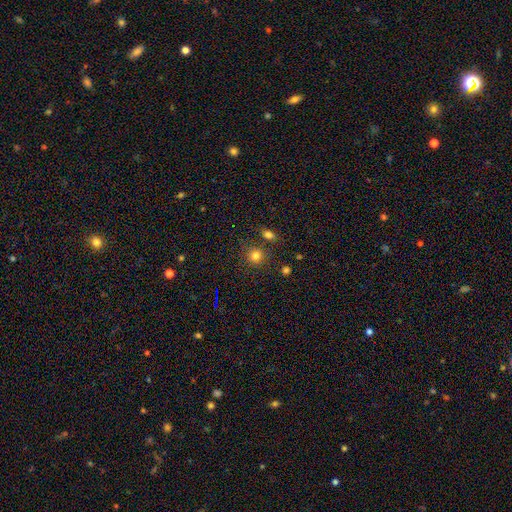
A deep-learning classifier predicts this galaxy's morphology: A smooth galaxy with no disk features (79%) that is round (87%). Merging: none (76%).